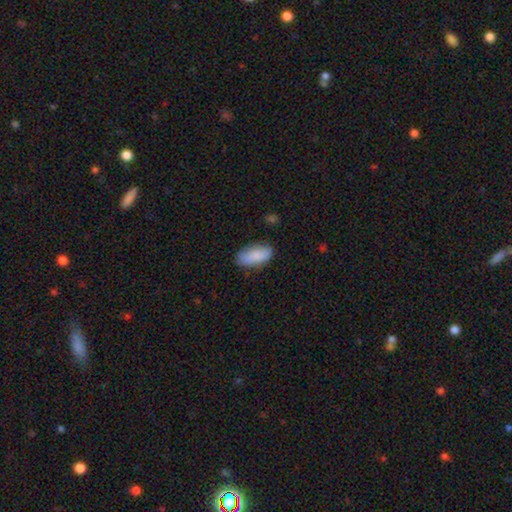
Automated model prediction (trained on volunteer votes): Q: Smooth or featured?
A: smooth (87%); runner-up: featured or disk (7%)
Q: How rounded?
A: in between (89%); runner-up: cigar-shaped (9%)
Q: Merging?
A: none (78%); runner-up: minor disturbance (17%)